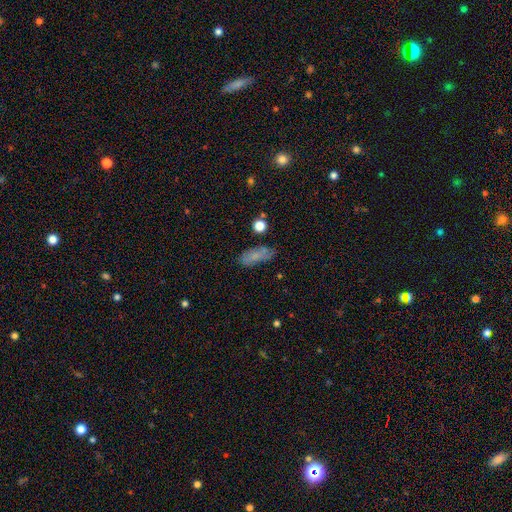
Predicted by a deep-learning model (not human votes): A smooth galaxy with no disk features (66%) that is in between round and cigar-shaped (73%). Merging: none (65%).